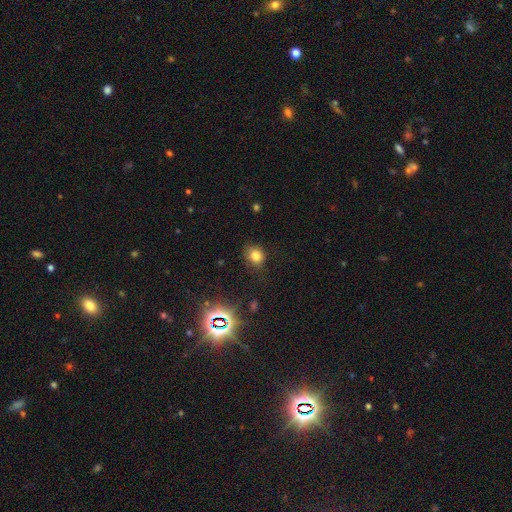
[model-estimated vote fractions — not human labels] The model was most divided on "how rounded": round: 59%, in between: 40%, cigar-shaped: 1%. More confident: smooth or featured — smooth (76%); merging — none (73%).